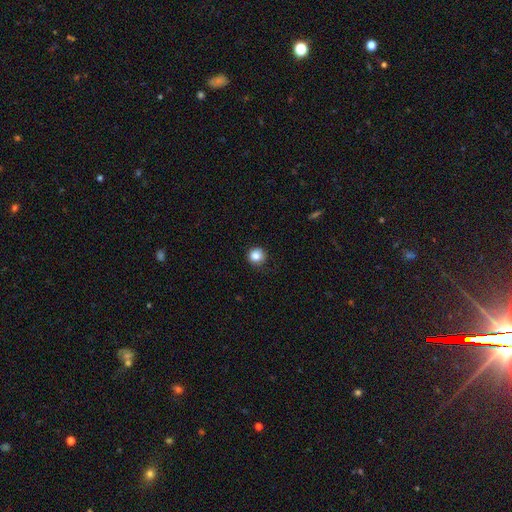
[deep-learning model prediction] smooth-or-featured: smooth: 85% | star or artifact: 10% | featured or disk: 4%
  how-rounded: round: 94% | in between: 5% | cigar-shaped: 1%
  merging: none: 85% | minor disturbance: 12% | major disturbance: 3% | merger: 1%